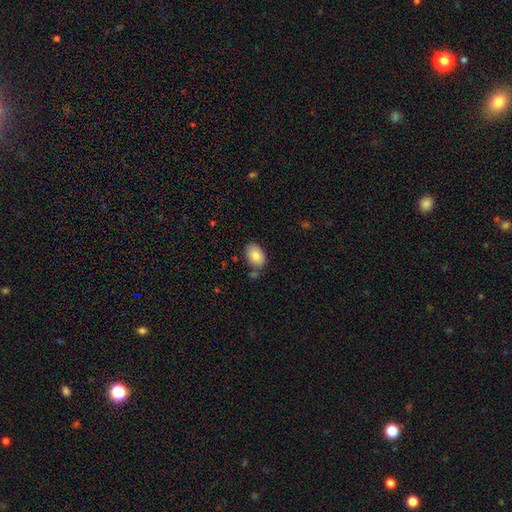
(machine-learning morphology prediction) smooth_or_featured: smooth (p=0.87) [alt: star or artifact p=0.07]
how_rounded: in between (p=0.89) [alt: round p=0.10]
merging: none (p=0.74) [alt: minor disturbance p=0.16]